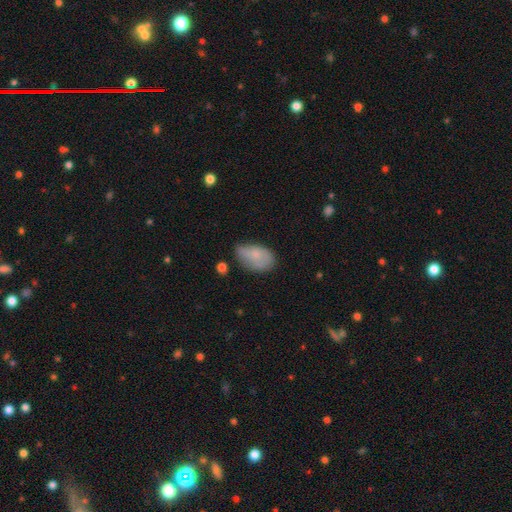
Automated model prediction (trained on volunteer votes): smooth_or_featured: smooth (p=0.71) [alt: featured or disk p=0.22]
how_rounded: in between (p=0.91) [alt: round p=0.07]
merging: none (p=0.47) [alt: minor disturbance p=0.37]